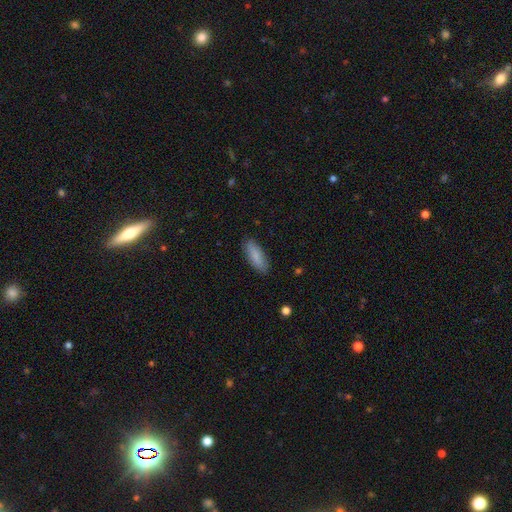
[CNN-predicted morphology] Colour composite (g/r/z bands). It shows a smooth galaxy with no disk features (86%) that is in between round and cigar-shaped (60%). Merging: none (87%).